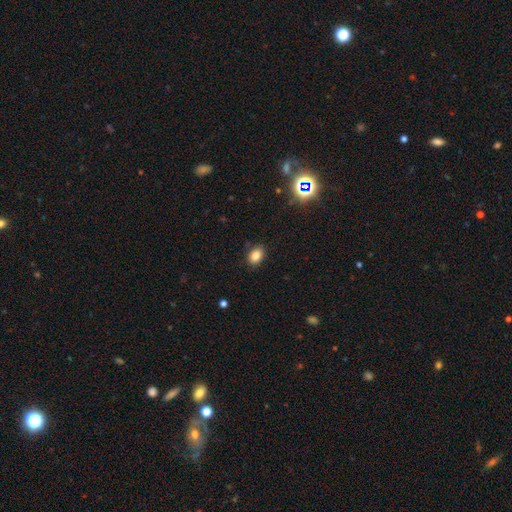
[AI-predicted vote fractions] This appears to be a smooth galaxy with no disk features (83%) that is in between round and cigar-shaped (77%). Merging: none (86%).